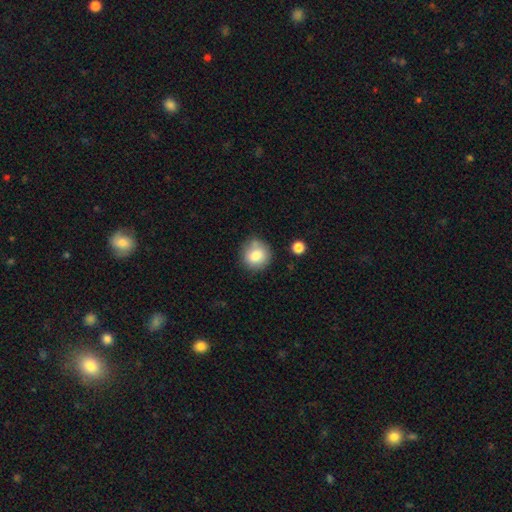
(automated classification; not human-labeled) smooth-or-featured: smooth: 80% | featured or disk: 11% | star or artifact: 9%
  how-rounded: round: 87% | in between: 13% | cigar-shaped: 1%
  merging: none: 72% | minor disturbance: 16% | merger: 8% | major disturbance: 4%